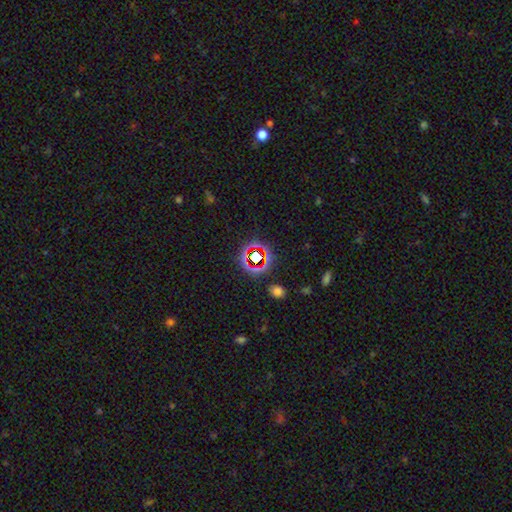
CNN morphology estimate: The model was most divided on "smooth or featured": star or artifact: 69%, smooth: 20%, featured or disk: 11%.